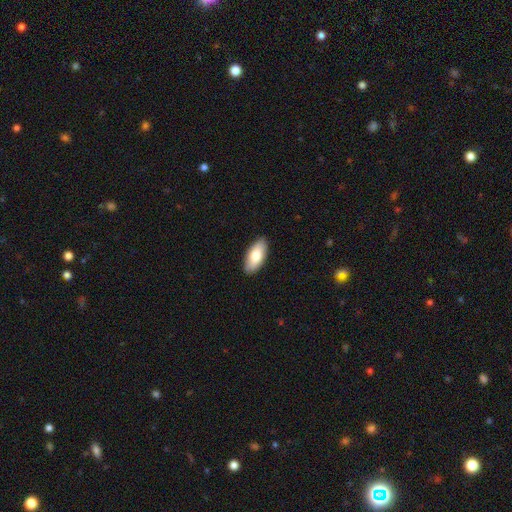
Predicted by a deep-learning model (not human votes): A smooth galaxy with no disk features (78%) that is in between round and cigar-shaped (89%). Merging: none (89%).